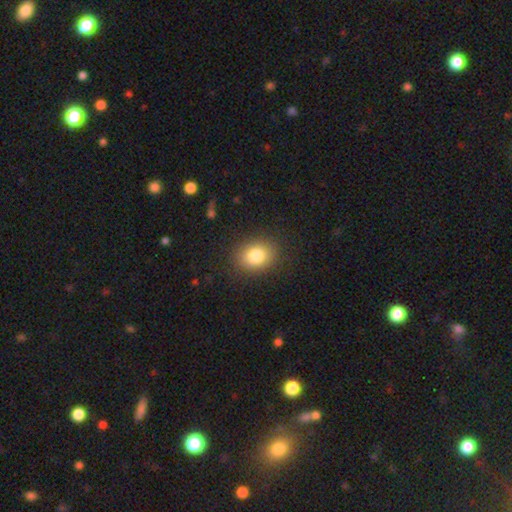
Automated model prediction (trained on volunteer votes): A smooth galaxy with no disk features (82%) that is in between round and cigar-shaped (50%). Merging: none (87%).